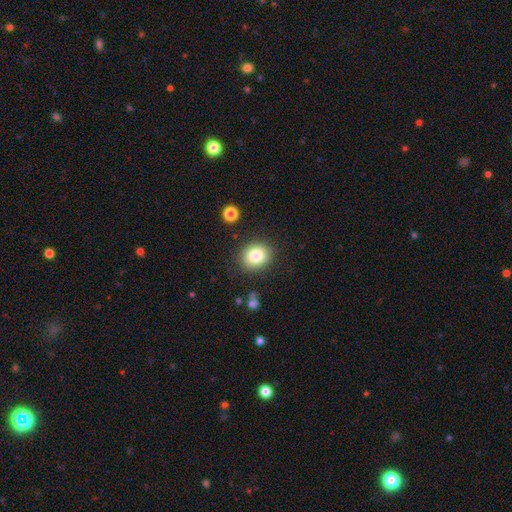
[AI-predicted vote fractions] Q: Smooth or featured?
A: smooth (82%); runner-up: star or artifact (10%)
Q: How rounded?
A: round (68%); runner-up: in between (31%)
Q: Merging?
A: none (87%); runner-up: minor disturbance (8%)